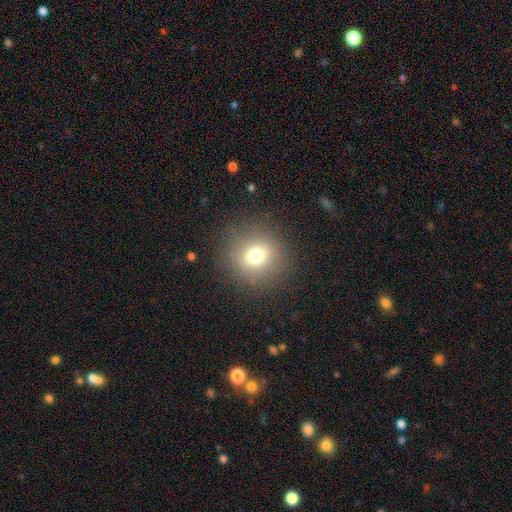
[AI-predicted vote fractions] Smooth or featured? smooth (72%)
How rounded? round (90%)
Merging? none (86%)